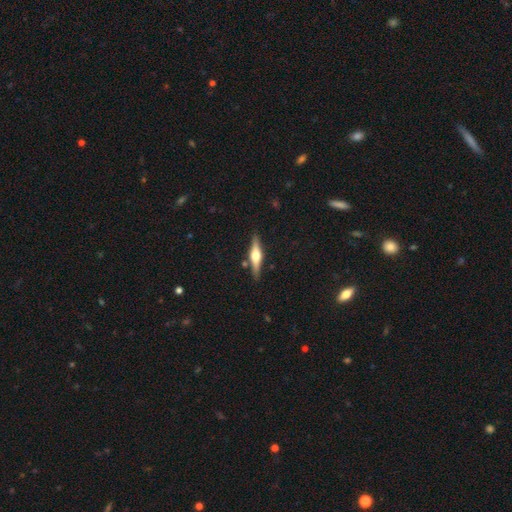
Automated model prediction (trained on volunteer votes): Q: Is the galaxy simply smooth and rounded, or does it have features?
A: featured or disk — 68%.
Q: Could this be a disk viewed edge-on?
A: yes — 97%.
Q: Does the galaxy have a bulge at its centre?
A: rounded — 93%.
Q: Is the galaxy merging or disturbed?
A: none — 86%.